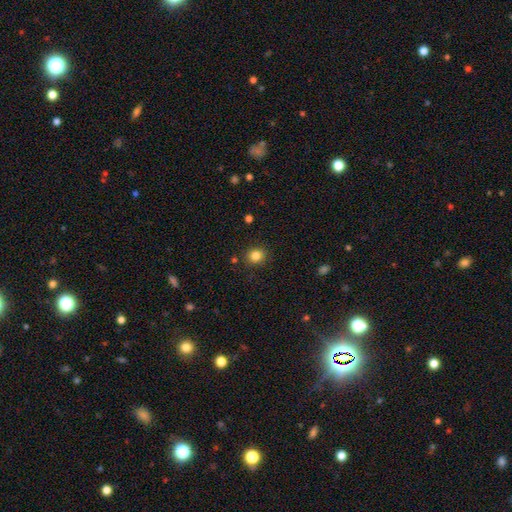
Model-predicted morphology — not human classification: This appears to be a smooth galaxy with no disk features (84%) that is round (77%). Merging: none (87%).